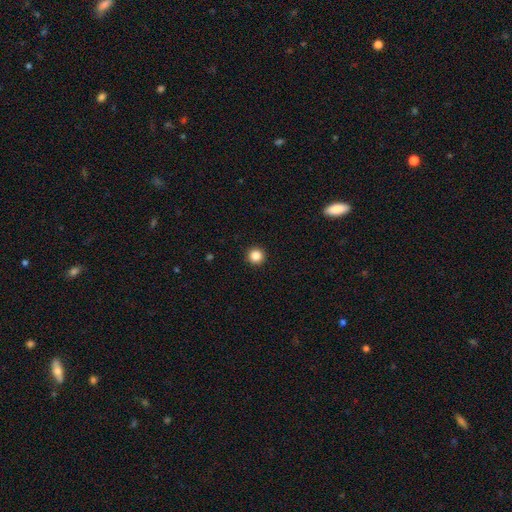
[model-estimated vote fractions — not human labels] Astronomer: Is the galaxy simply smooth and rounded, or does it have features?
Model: smooth — 86%.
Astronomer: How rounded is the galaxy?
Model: round — 96%.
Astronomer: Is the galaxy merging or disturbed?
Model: none — 94%.